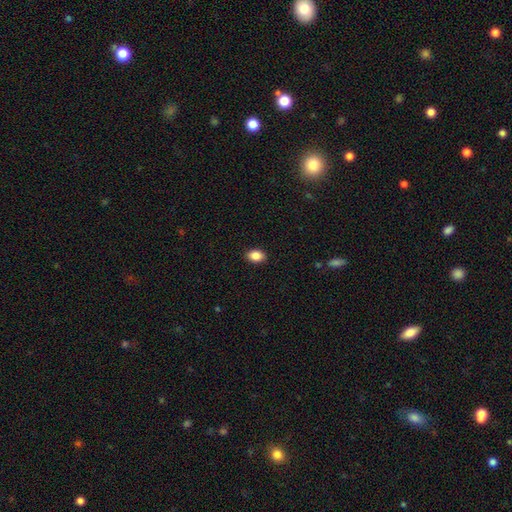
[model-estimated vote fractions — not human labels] A smooth galaxy with no disk features (88%) that is in between round and cigar-shaped (81%). Merging: none (90%).